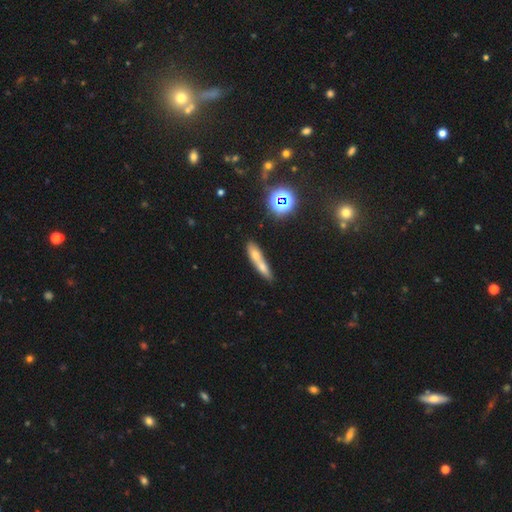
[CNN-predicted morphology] Smooth or featured?
  - smooth: 52% *
  - featured or disk: 28%
  - star or artifact: 19%
How rounded?
  - cigar-shaped: 64% *
  - in between: 27%
  - round: 8%
Merging?
  - merger: 49% *
  - none: 35%
  - minor disturbance: 10%
  - major disturbance: 5%